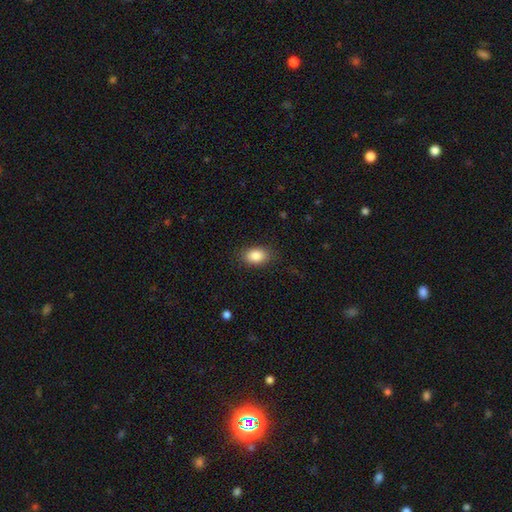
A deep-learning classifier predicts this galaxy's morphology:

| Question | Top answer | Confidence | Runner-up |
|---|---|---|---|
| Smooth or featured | smooth | 87% | star or artifact (8%) |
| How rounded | in between | 85% | round (13%) |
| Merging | none | 86% | minor disturbance (10%) |